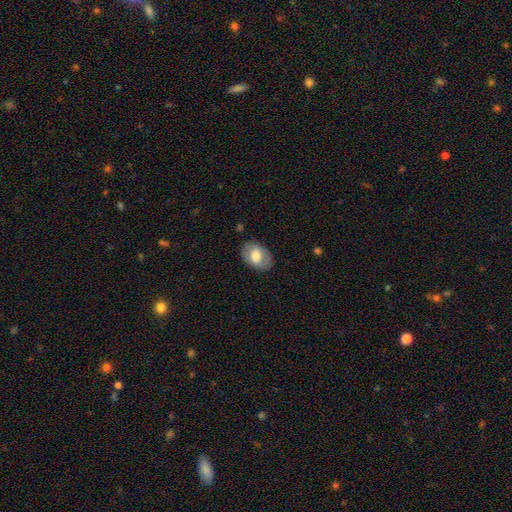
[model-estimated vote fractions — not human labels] A smooth galaxy with no disk features (64%) that is in between round and cigar-shaped (85%).

Vote fractions:
- Smooth or featured? smooth: 64% / featured or disk: 29% / star or artifact: 6%
- How rounded? in between: 85% / round: 14% / cigar-shaped: 1%
- Merging? none: 80% / minor disturbance: 14% / major disturbance: 4% / merger: 1%